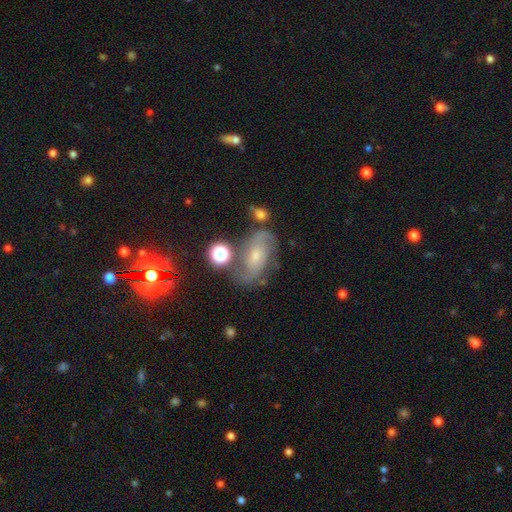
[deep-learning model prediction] Smooth or featured: featured or disk — 70% (smooth — 18%)
Edge-on disk: no — 96% (yes — 4%)
Bar: no — 55% (weak — 37%)
Spiral arms: yes — 93% (no — 7%)
Spiral winding: medium — 48% (tight — 29%)
Spiral arm count: 2 — 74% (can't tell — 14%)
Bulge size: small — 52% (moderate — 37%)
Merging: none — 60% (minor disturbance — 21%)